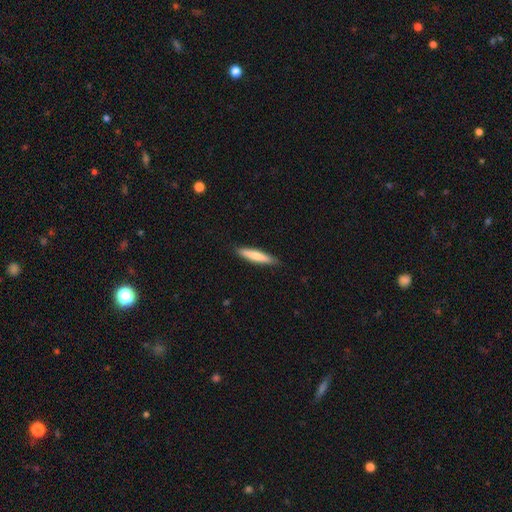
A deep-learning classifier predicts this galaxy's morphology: Smooth or featured: smooth — 74% (featured or disk — 21%)
How rounded: cigar-shaped — 89% (in between — 10%)
Merging: none — 89% (minor disturbance — 9%)